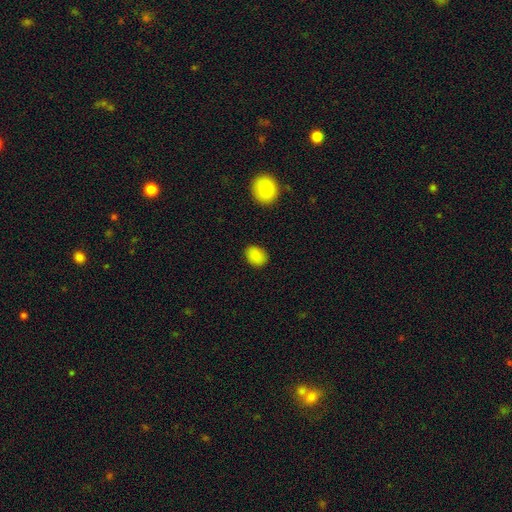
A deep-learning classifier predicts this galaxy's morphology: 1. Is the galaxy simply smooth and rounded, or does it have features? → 88% smooth, 9% star or artifact, 4% featured or disk.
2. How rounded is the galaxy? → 64% in between, 35% round, 1% cigar-shaped.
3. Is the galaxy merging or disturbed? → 87% none, 9% minor disturbance, 2% major disturbance, 1% merger.